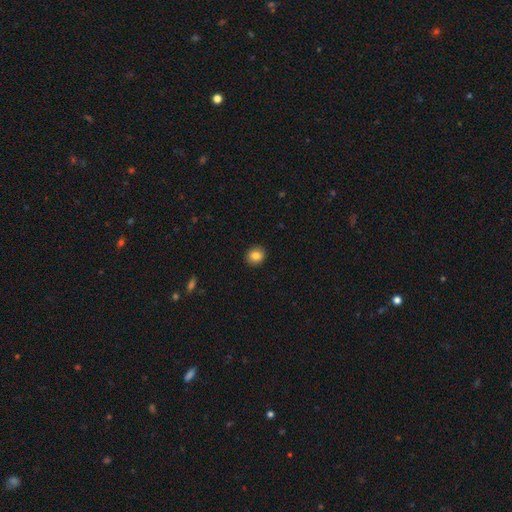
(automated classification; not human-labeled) Smooth or featured? smooth (84%)
How rounded? round (80%)
Merging? none (91%)